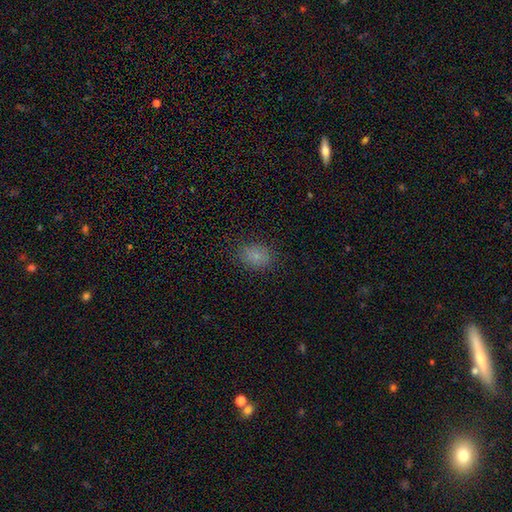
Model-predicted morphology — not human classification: Smooth or featured? smooth (80%)
How rounded? in between (65%)
Merging? none (83%)